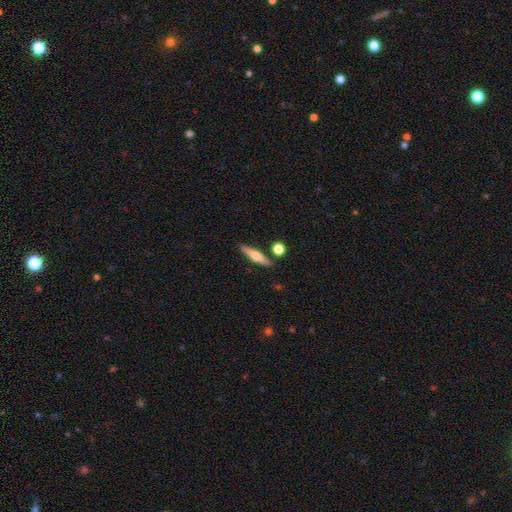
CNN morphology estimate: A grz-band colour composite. It shows a featured or disk galaxy (48%). Merging: none (83%).